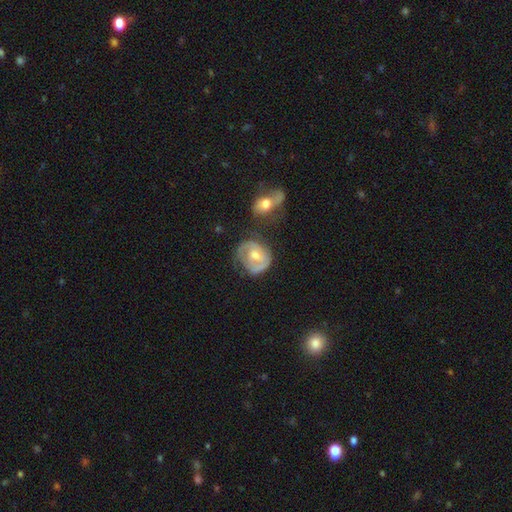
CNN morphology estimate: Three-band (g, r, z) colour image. It shows a featured or disk galaxy (66%) with no bar (56%), spiral arms (75%) and a moderate central bulge (66%). Merging: none (51%).